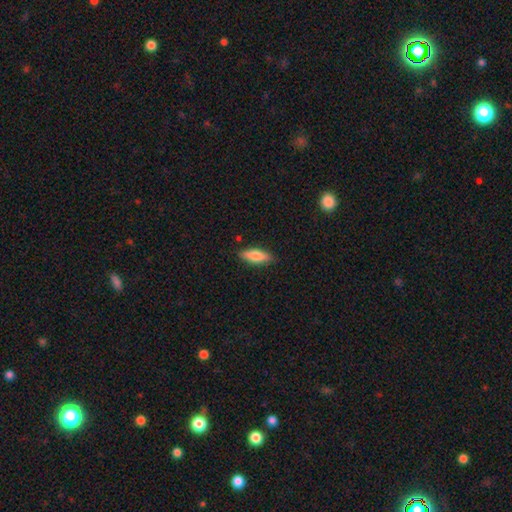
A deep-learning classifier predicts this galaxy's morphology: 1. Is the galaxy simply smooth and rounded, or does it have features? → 71% smooth, 23% featured or disk, 6% star or artifact.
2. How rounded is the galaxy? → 57% in between, 40% cigar-shaped, 2% round.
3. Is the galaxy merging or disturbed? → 86% none, 11% minor disturbance, 2% major disturbance, 1% merger.